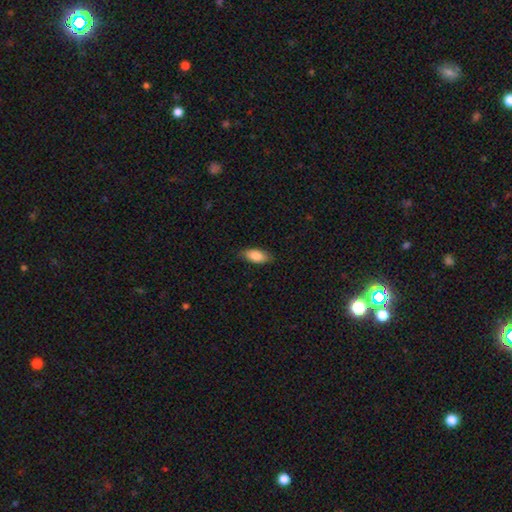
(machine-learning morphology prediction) This is clearly a smooth galaxy (84%). How rounded: clearly in between (87%). Merging: clearly none (85%).